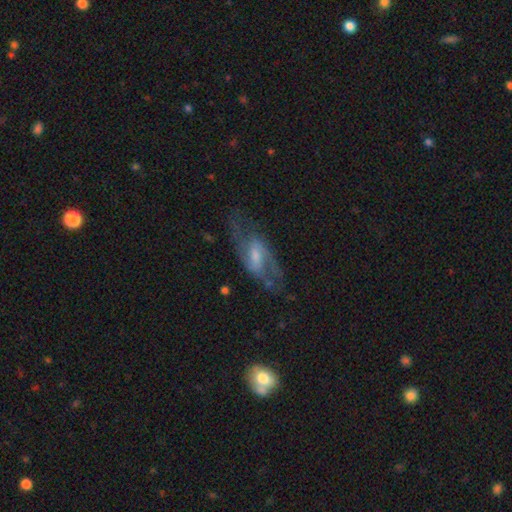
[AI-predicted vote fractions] This appears to be a featured or disk galaxy (81%) with a weak bar (55%), 2 (86%) medium (51%) spiral arms (92%) and a moderate central bulge (42%). Merging: none (68%).